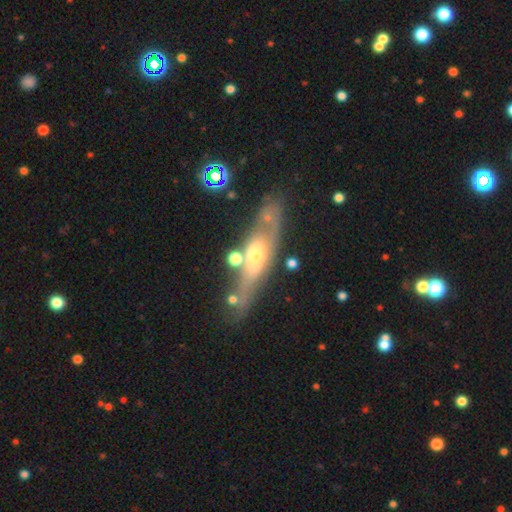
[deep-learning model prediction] Smooth or featured? Predicted: featured or disk (p=0.67). Edge-on disk? Predicted: yes (p=0.61). Merging? Predicted: none (p=0.68).